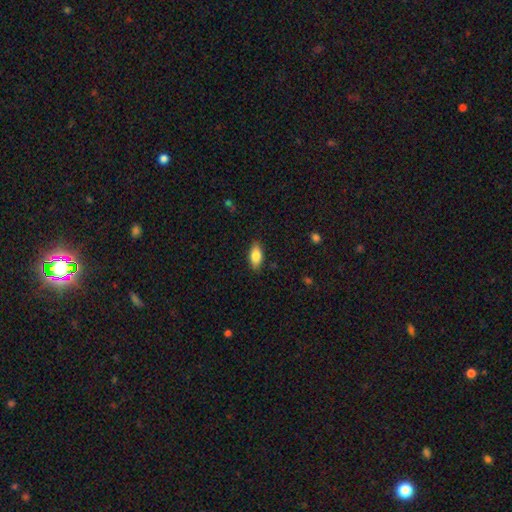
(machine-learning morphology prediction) Q: Smooth or featured?
A: smooth (82%); runner-up: featured or disk (11%)
Q: How rounded?
A: in between (88%); runner-up: cigar-shaped (9%)
Q: Merging?
A: none (86%); runner-up: minor disturbance (10%)